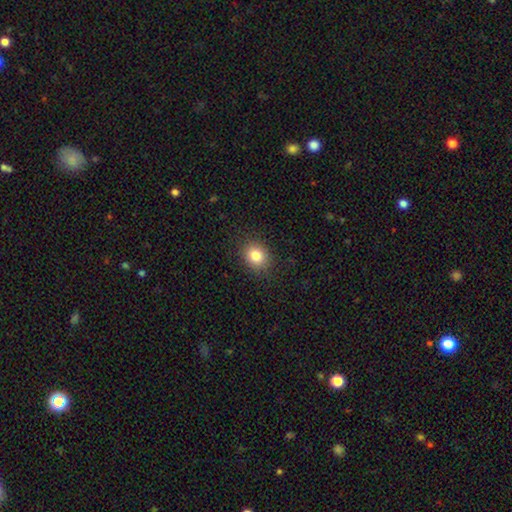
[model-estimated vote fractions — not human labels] This appears to be a smooth galaxy with no disk features (83%) that is round (68%). Merging: none (88%).